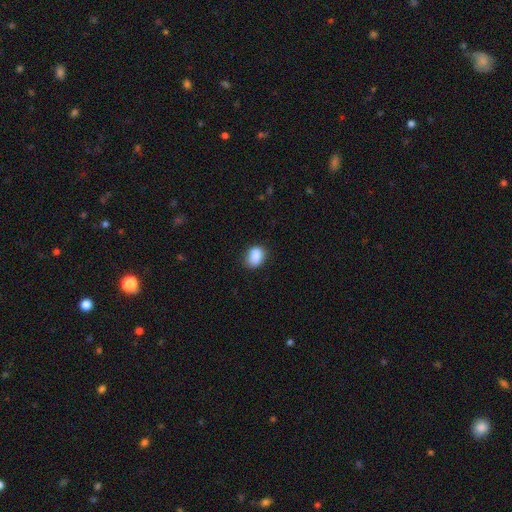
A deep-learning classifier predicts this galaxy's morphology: A smooth galaxy with no disk features (87%) that is in between round and cigar-shaped (68%).

Vote fractions:
- Smooth or featured? smooth: 87% / star or artifact: 8% / featured or disk: 4%
- How rounded? in between: 68% / round: 31% / cigar-shaped: 1%
- Merging? none: 78% / minor disturbance: 18% / major disturbance: 3% / merger: 1%